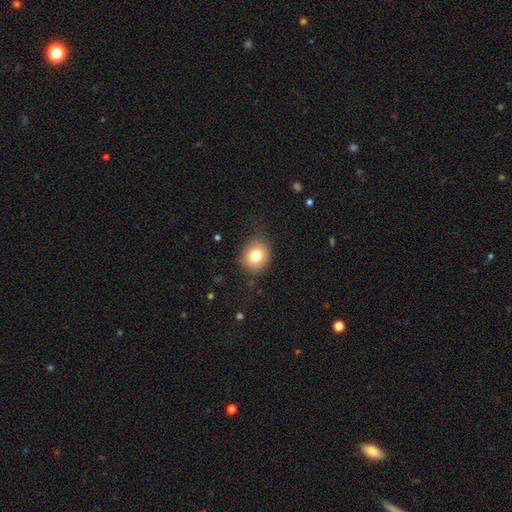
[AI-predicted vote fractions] smooth_or_featured: smooth (p=0.78) [alt: featured or disk p=0.12]
how_rounded: round (p=0.68) [alt: in between p=0.31]
merging: none (p=0.80) [alt: minor disturbance p=0.15]